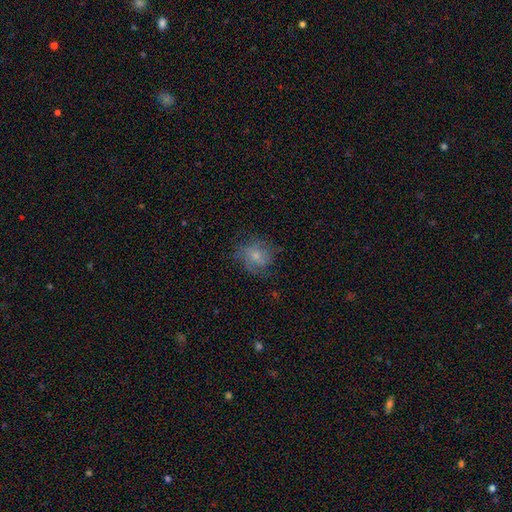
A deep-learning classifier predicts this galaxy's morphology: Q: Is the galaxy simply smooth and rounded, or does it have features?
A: smooth — 52%.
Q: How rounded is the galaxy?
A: round — 69%.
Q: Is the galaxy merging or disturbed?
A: none — 60%.